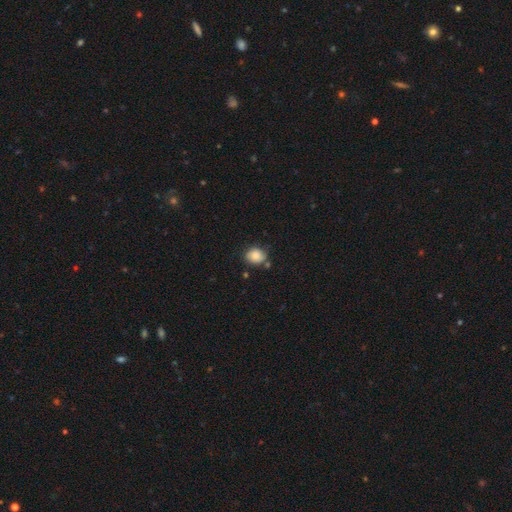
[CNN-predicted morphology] type=smooth (82%); roundness=round (66%); merging=none (66%).